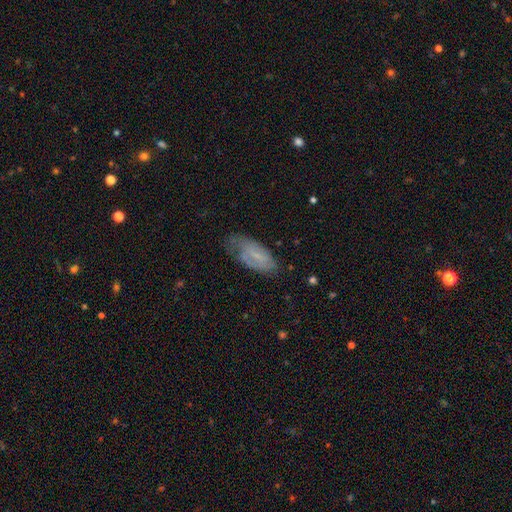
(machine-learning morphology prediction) Smooth or featured? Predicted: featured or disk (p=0.50). Merging? Predicted: none (p=0.49).